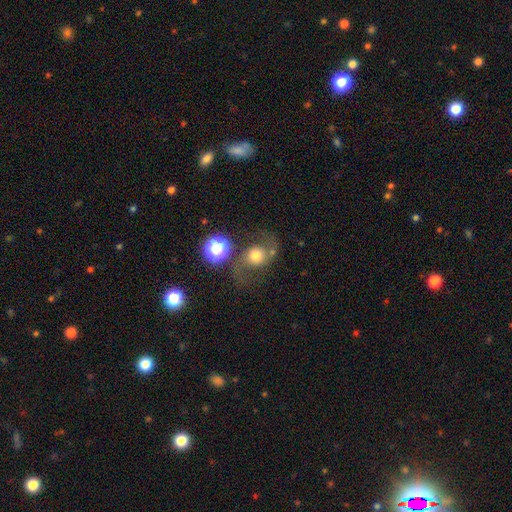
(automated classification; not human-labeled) Overall: featured or disk (52%; smooth 35%). Edge-on disk: no (96%). Merging: none (54%; major disturbance 20%).